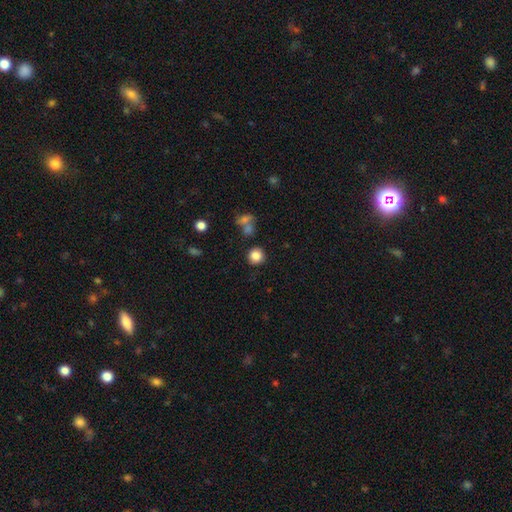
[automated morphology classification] Smooth or featured? Predicted: smooth (p=0.84). How rounded? Predicted: round (p=0.91). Merging? Predicted: none (p=0.83).